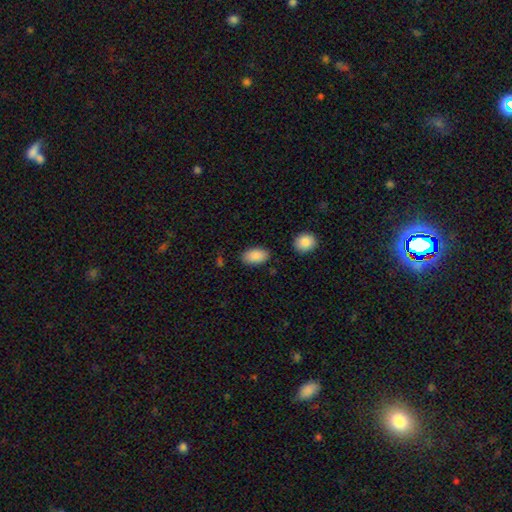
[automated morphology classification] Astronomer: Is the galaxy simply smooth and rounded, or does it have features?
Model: smooth — 88%.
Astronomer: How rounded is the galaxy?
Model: in between — 93%.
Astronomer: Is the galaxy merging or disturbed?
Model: none — 84%.